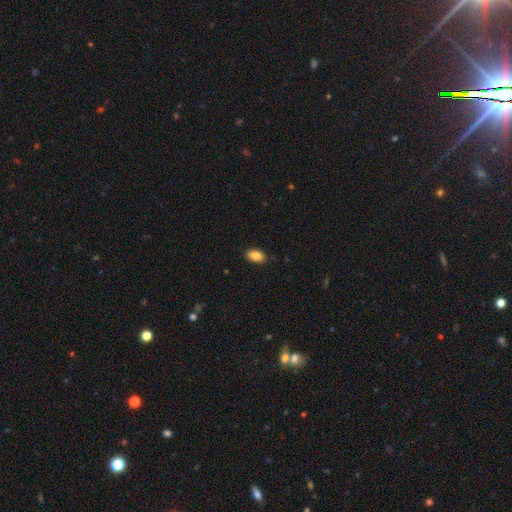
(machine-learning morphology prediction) smooth-or-featured: smooth: 86% | star or artifact: 8% | featured or disk: 6%
  how-rounded: in between: 92% | round: 7% | cigar-shaped: 2%
  merging: none: 88% | minor disturbance: 9% | major disturbance: 2% | merger: 1%